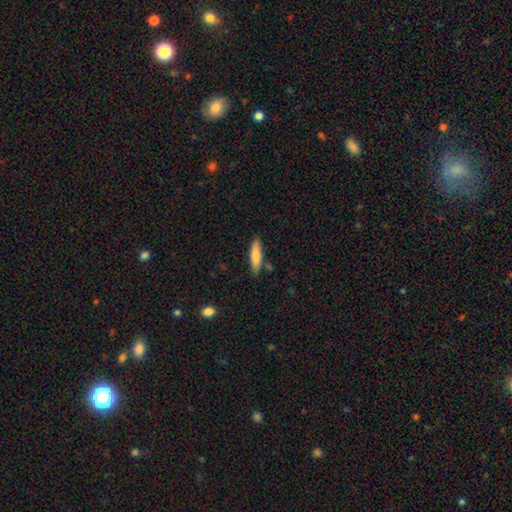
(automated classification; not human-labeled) smooth_or_featured: smooth (p=0.77) [alt: featured or disk p=0.17]
how_rounded: cigar-shaped (p=0.73) [alt: in between p=0.25]
merging: none (p=0.81) [alt: minor disturbance p=0.13]